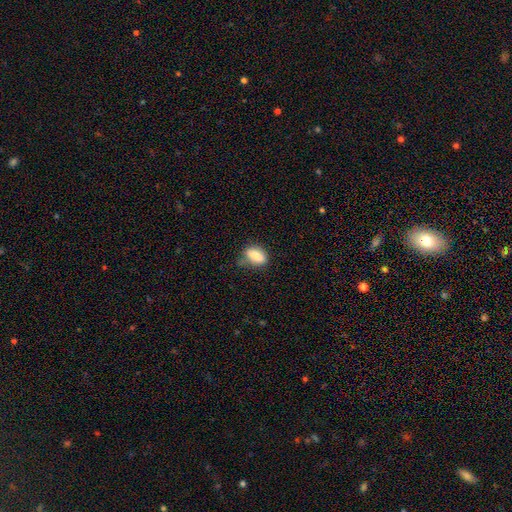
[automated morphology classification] Q: Smooth or featured?
A: smooth (81%); runner-up: featured or disk (11%)
Q: How rounded?
A: in between (74%); runner-up: cigar-shaped (18%)
Q: Merging?
A: none (62%); runner-up: minor disturbance (26%)